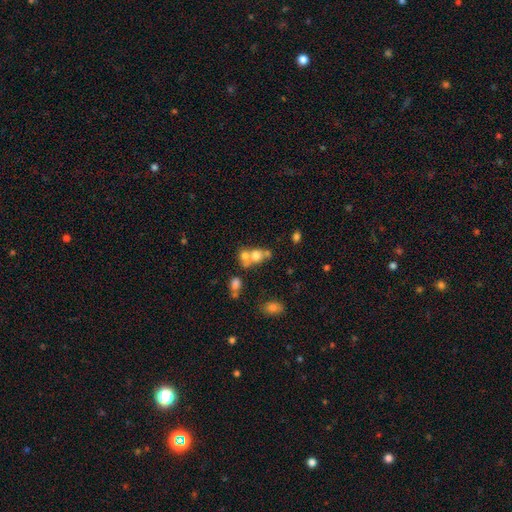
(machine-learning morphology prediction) A smooth galaxy with no disk features (66%) that is round (56%). Merging: merger (59%).